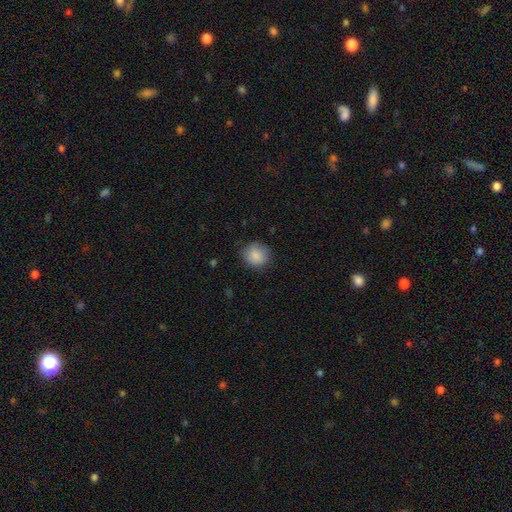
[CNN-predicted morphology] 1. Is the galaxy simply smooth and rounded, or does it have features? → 88% smooth, 8% star or artifact, 4% featured or disk.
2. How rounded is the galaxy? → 88% round, 11% in between, 1% cigar-shaped.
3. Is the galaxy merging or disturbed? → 85% none, 11% minor disturbance, 3% major disturbance, 1% merger.